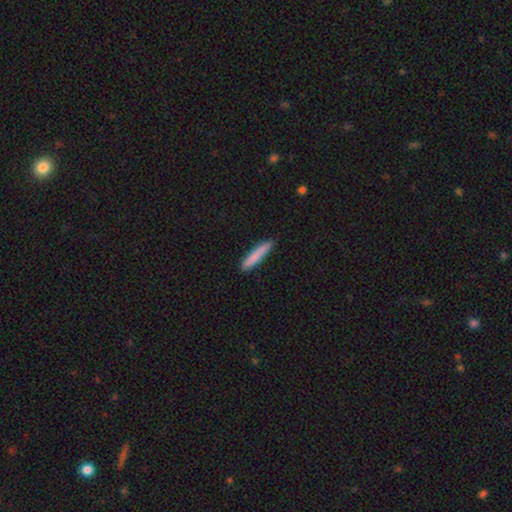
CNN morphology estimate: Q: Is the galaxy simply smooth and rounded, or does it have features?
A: smooth — 83%.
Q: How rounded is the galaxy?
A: cigar-shaped — 92%.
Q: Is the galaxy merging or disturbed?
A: none — 89%.